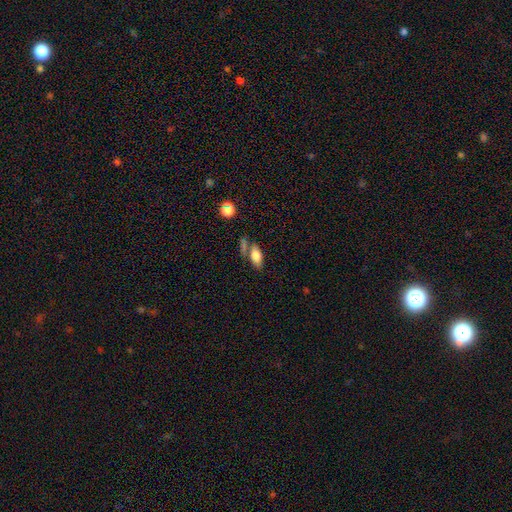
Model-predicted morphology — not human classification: This is likely a smooth galaxy (79%). How rounded: clearly in between (85%). Merging: possibly none (55%).